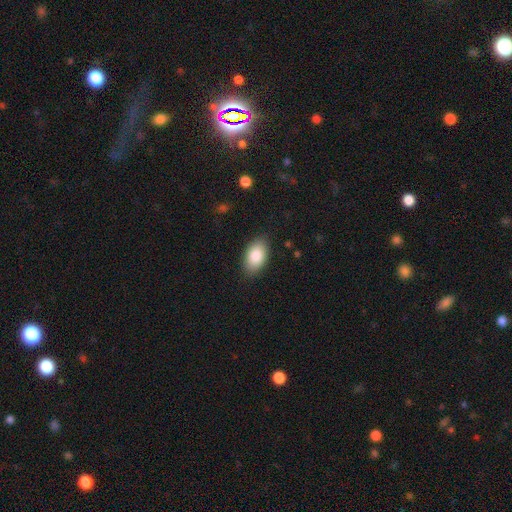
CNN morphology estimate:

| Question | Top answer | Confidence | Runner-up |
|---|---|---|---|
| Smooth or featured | smooth | 85% | featured or disk (8%) |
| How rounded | in between | 93% | round (5%) |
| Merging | none | 86% | minor disturbance (11%) |